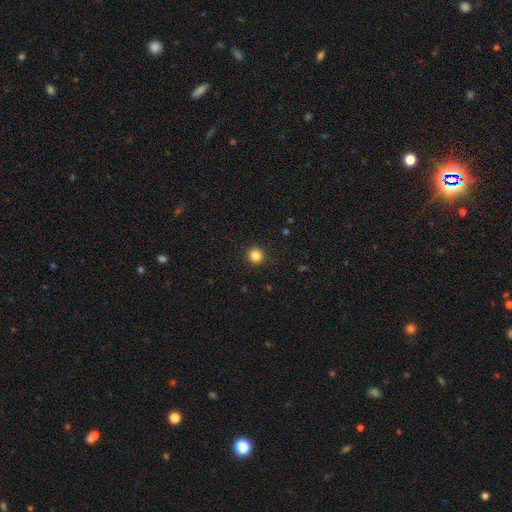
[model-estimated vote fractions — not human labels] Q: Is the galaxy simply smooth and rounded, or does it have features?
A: smooth — 84%.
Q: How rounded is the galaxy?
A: round — 92%.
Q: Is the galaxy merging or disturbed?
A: none — 90%.